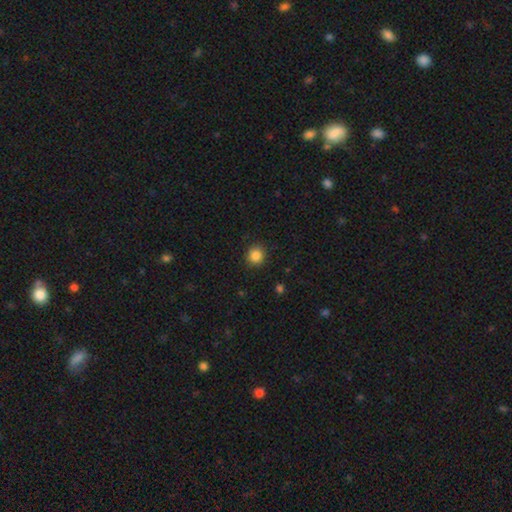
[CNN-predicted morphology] Smooth or featured? Predicted: smooth (p=0.85). How rounded? Predicted: round (p=0.89). Merging? Predicted: none (p=0.90).